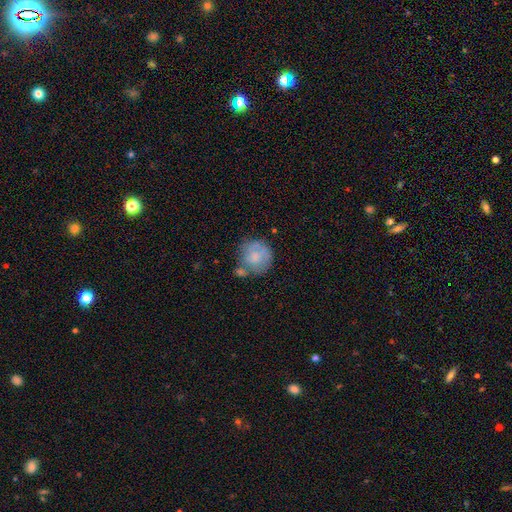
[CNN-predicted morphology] A smooth galaxy with no disk features (68%) that is round (88%).

Vote fractions:
- Smooth or featured? smooth: 68% / featured or disk: 25% / star or artifact: 8%
- How rounded? round: 88% / in between: 11% / cigar-shaped: 1%
- Merging? none: 48% / minor disturbance: 23% / merger: 17% / major disturbance: 11%